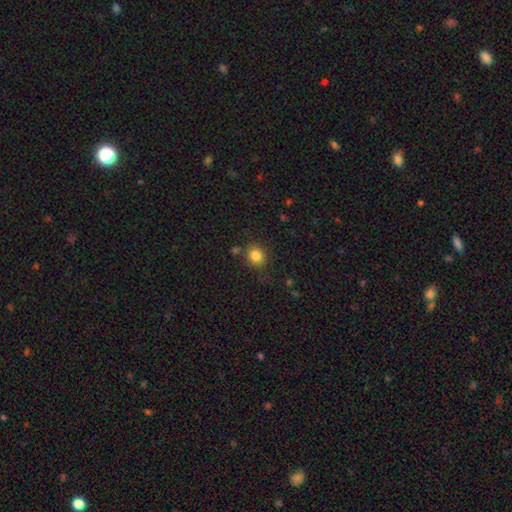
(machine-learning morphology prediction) Smooth or featured? smooth (84%)
How rounded? round (77%)
Merging? none (81%)